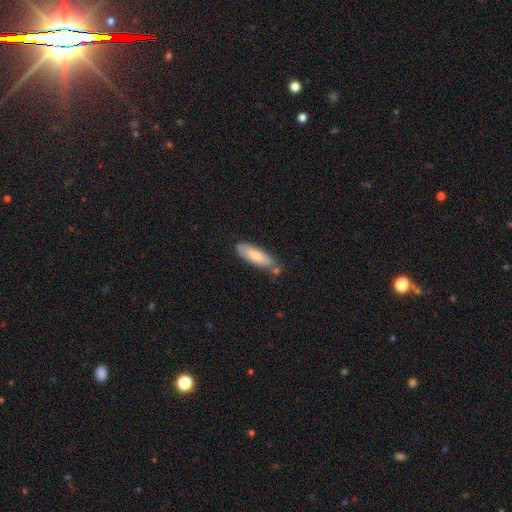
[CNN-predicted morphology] Smooth or featured? smooth (78%)
How rounded? in between (52%)
Merging? none (66%)